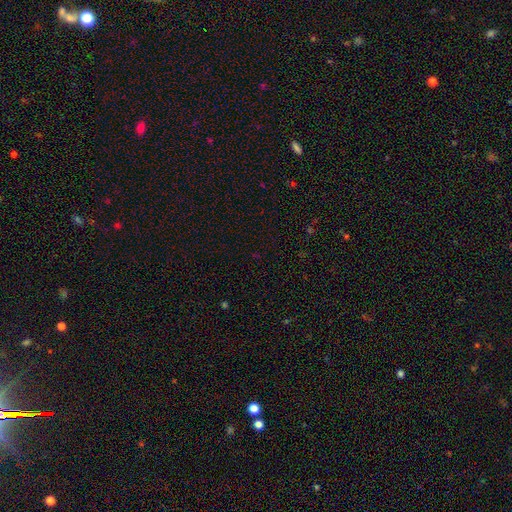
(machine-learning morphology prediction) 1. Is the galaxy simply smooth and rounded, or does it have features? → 67% star or artifact, 26% smooth, 8% featured or disk.